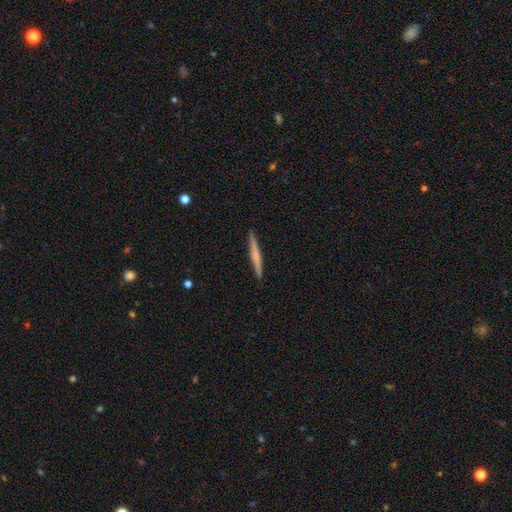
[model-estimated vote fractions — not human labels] A smooth galaxy with no disk features (52%) that is cigar-shaped (96%). Merging: none (92%).